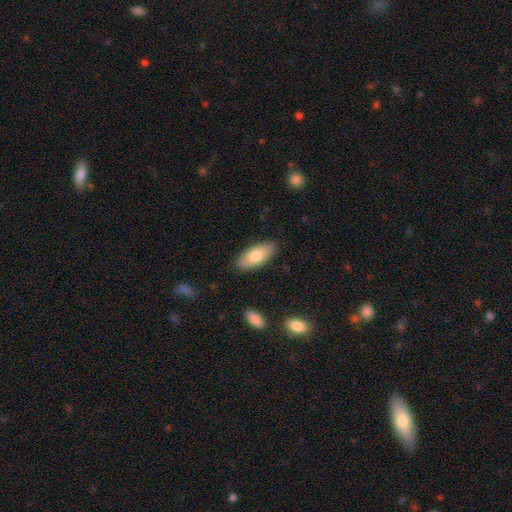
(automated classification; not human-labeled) Smooth or featured? Predicted: smooth (p=0.77). How rounded? Predicted: in between (p=0.84). Merging? Predicted: none (p=0.86).